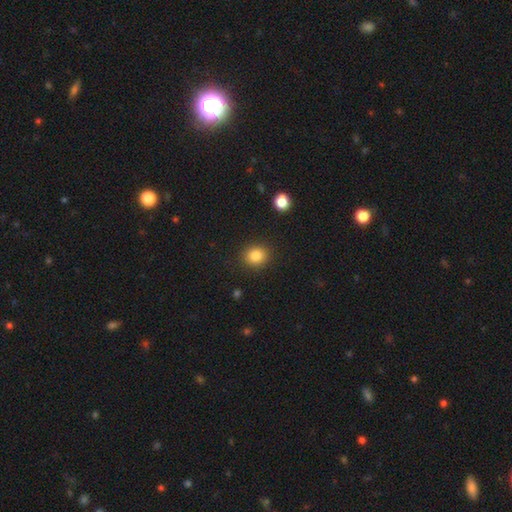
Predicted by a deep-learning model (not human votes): Q: Smooth or featured?
A: smooth (84%); runner-up: star or artifact (10%)
Q: How rounded?
A: round (77%); runner-up: in between (22%)
Q: Merging?
A: none (90%); runner-up: minor disturbance (7%)